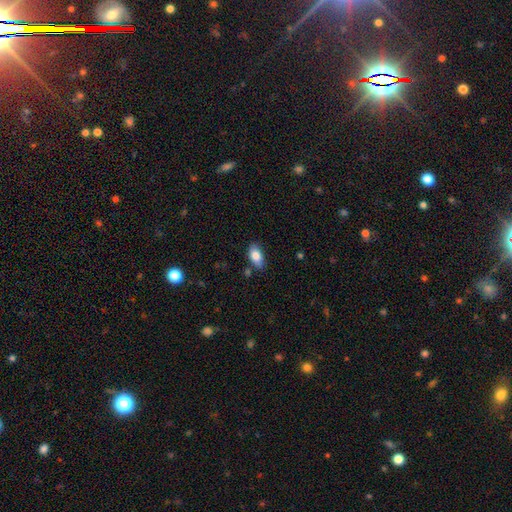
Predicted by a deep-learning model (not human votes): The model was most divided on "merging": none: 78%, minor disturbance: 16%, merger: 4%, major disturbance: 3%. More confident: how rounded — in between (92%); smooth or featured — smooth (81%).